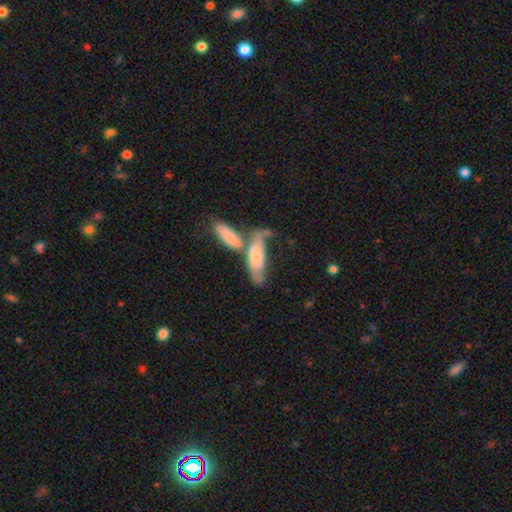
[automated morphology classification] Smooth or featured?
  - smooth: 54% *
  - featured or disk: 39%
  - star or artifact: 7%
How rounded?
  - in between: 63% *
  - cigar-shaped: 35%
  - round: 3%
Merging?
  - merger: 53% *
  - none: 24%
  - minor disturbance: 13%
  - major disturbance: 10%